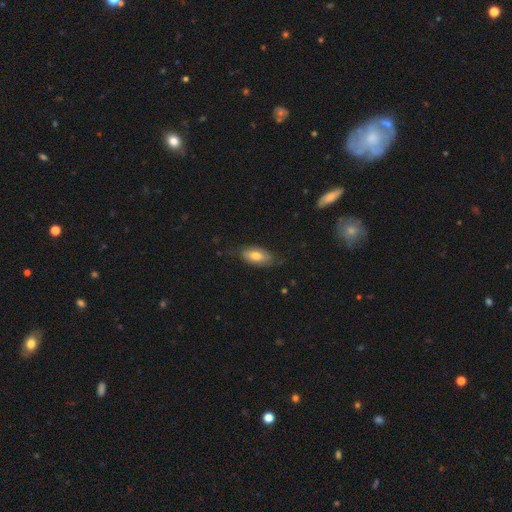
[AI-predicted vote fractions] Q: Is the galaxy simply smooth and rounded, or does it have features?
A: smooth — 63%.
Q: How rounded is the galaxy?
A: in between — 90%.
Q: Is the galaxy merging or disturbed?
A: none — 67%.